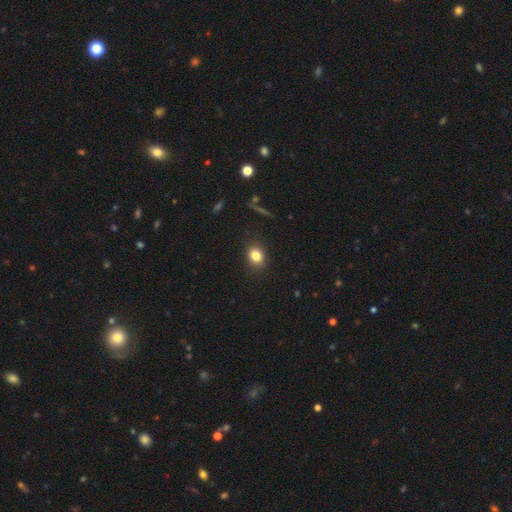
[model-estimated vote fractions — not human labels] This appears to be a smooth galaxy with no disk features (82%) that is in between round and cigar-shaped (55%). Merging: none (88%).